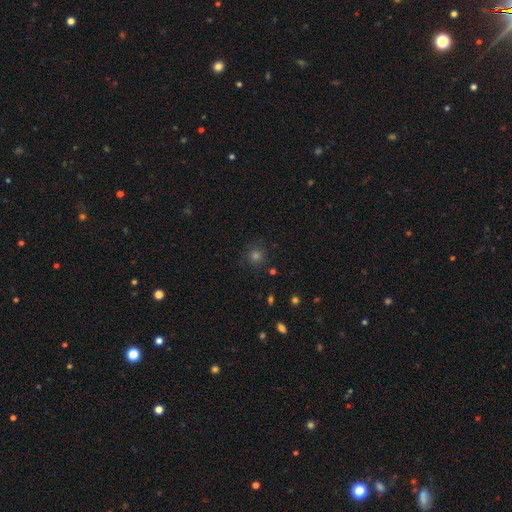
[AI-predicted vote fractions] Morphology: type=smooth (62%); roundness=round (93%); merging=none (84%).